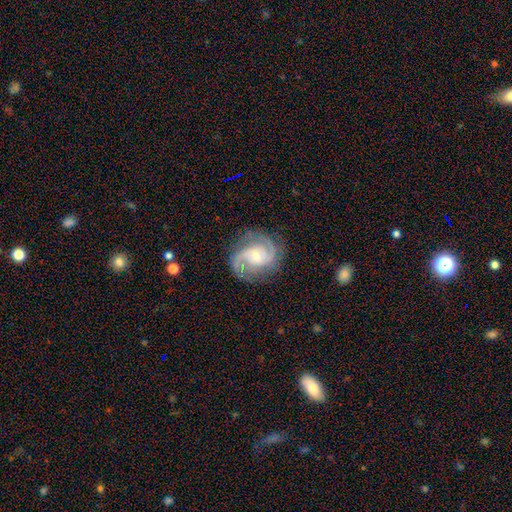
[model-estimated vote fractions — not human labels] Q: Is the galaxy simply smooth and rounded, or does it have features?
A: featured or disk — 89%.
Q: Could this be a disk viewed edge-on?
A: no — 98%.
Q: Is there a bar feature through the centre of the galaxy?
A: no — 55%.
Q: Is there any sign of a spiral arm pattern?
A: yes — 98%.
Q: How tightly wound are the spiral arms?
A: medium — 51%.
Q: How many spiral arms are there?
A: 2 — 67%.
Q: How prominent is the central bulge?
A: small — 56%.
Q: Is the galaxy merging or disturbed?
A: none — 78%.